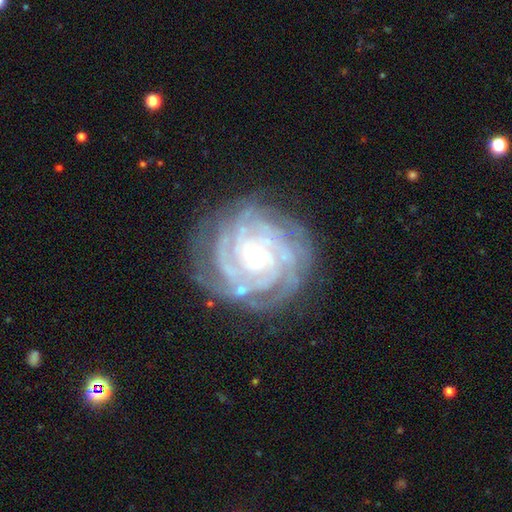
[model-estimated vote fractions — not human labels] Smooth or featured? Predicted: featured or disk (p=0.90). Edge-on disk? Predicted: no (p=0.98). Bar? Predicted: no (p=0.66). Spiral arms? Predicted: yes (p=0.98). Spiral winding? Predicted: tight (p=0.81). Spiral arm count? Predicted: 4 (p=0.30). Bulge size? Predicted: small (p=0.72). Merging? Predicted: none (p=0.79).